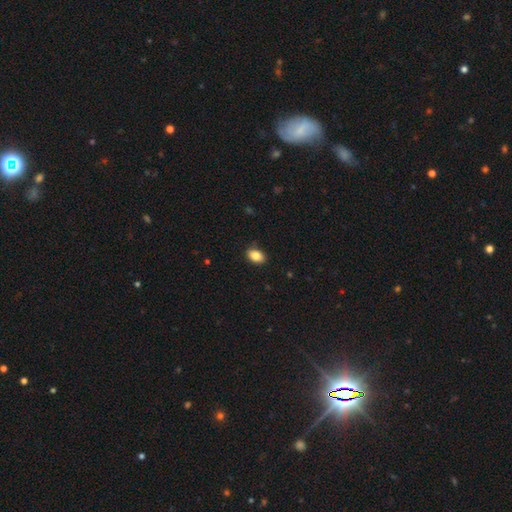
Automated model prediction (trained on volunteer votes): This appears to be a smooth galaxy with no disk features (85%) that is in between round and cigar-shaped (86%). Merging: none (86%).